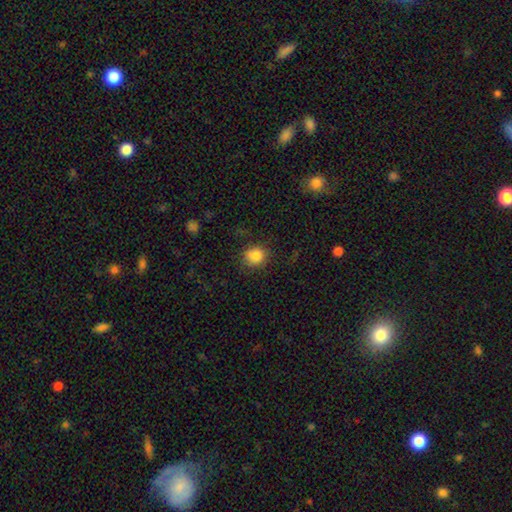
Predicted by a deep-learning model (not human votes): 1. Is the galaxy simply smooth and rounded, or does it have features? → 84% smooth, 10% star or artifact, 6% featured or disk.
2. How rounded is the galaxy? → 81% round, 18% in between, 1% cigar-shaped.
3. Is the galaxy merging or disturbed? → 77% none, 16% minor disturbance, 5% major disturbance, 2% merger.